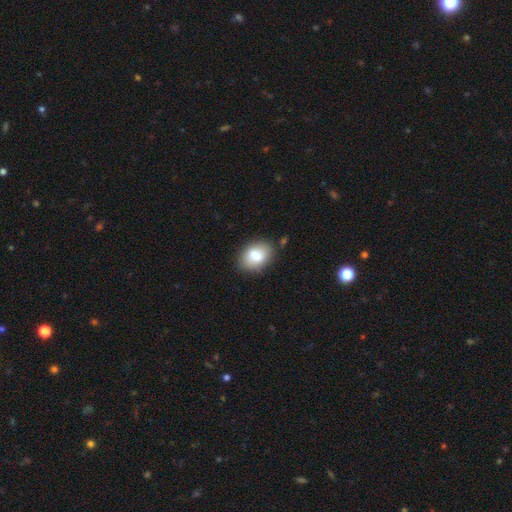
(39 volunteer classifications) A smooth galaxy with no disk features (77%) that is in between round and cigar-shaped (87%).

Vote fractions:
- Smooth or featured? smooth: 77% / featured or disk: 18% / star or artifact: 5%
- How rounded? in between: 87% / round: 13% / cigar-shaped: 0%
- Merging? none: 81% / minor disturbance: 14% / major disturbance: 5% / merger: 0%